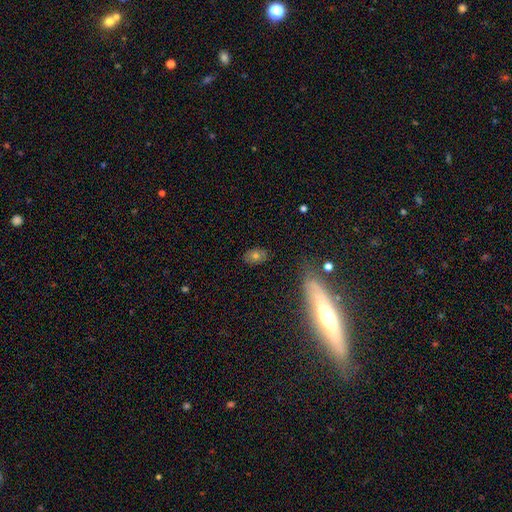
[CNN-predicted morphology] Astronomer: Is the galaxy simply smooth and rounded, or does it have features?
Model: smooth — 67%.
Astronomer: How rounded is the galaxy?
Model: in between — 81%.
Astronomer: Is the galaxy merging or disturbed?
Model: none — 80%.